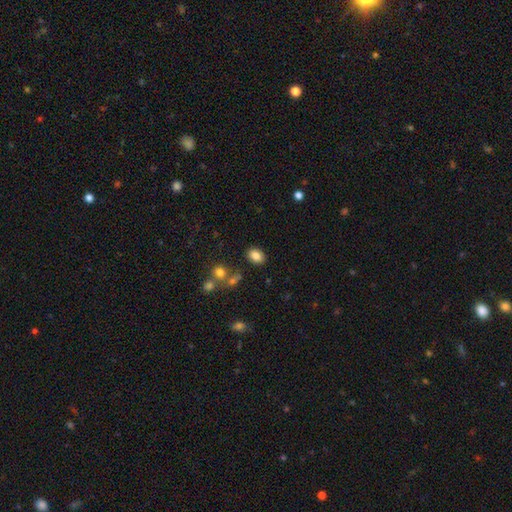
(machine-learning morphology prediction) type=smooth (83%); roundness=in between (74%); merging=none (84%).